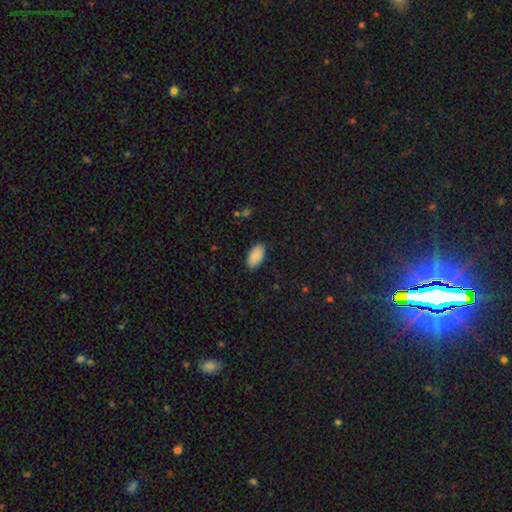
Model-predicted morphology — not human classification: Smooth or featured? smooth (90%)
How rounded? in between (95%)
Merging? none (88%)